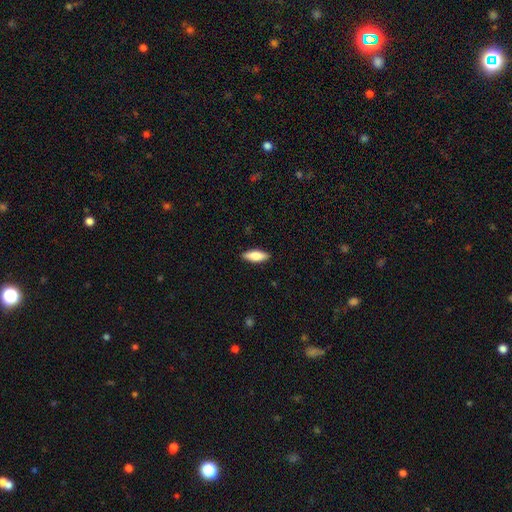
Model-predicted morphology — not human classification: This is likely a smooth galaxy (78%). How rounded: likely in between (67%). Merging: clearly none (89%).